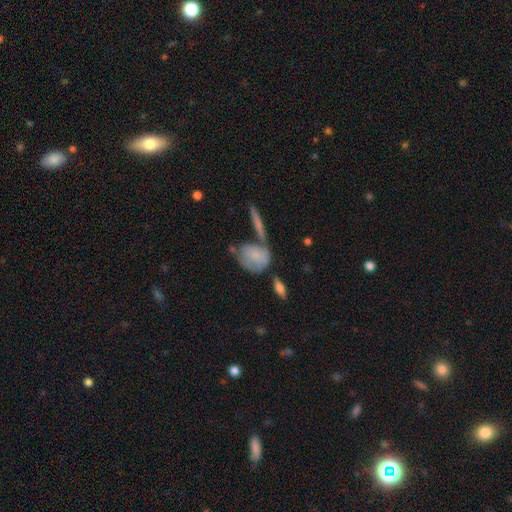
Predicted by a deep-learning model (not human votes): Overall: smooth (73%). How rounded: in between (51%; round 44%). Merging: none (42%; merger 23%).